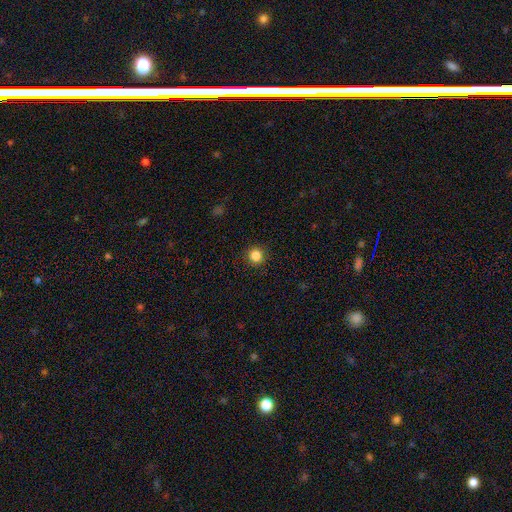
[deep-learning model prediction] smooth_or_featured: smooth (p=0.85) [alt: star or artifact p=0.11]
how_rounded: round (p=0.93) [alt: in between p=0.06]
merging: none (p=0.92) [alt: minor disturbance p=0.05]